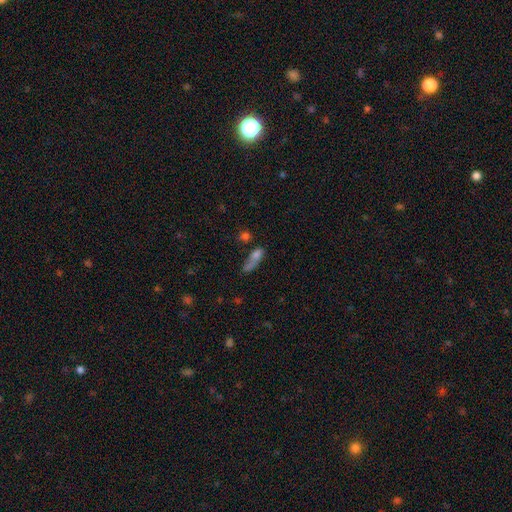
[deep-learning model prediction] Q: Smooth or featured?
A: smooth (66%); runner-up: featured or disk (20%)
Q: How rounded?
A: in between (53%); runner-up: cigar-shaped (36%)
Q: Merging?
A: none (30%); runner-up: merger (29%)